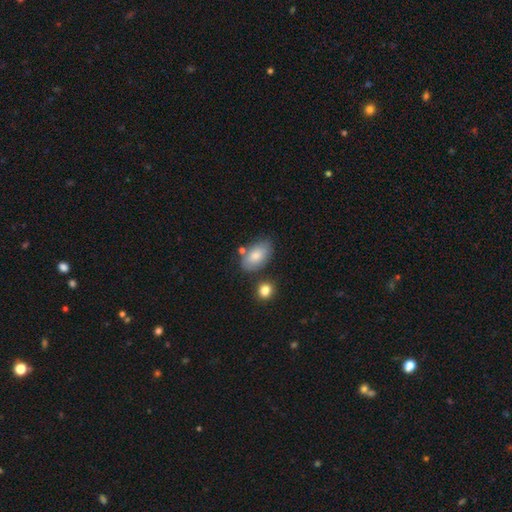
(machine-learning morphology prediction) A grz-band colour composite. It shows a smooth galaxy with no disk features (80%) that is in between round and cigar-shaped (93%). Merging: none (70%).